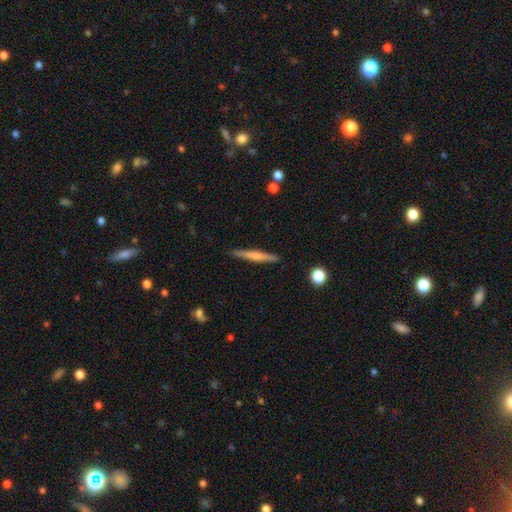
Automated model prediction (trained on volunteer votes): smooth-or-featured: smooth: 49% | featured or disk: 45% | star or artifact: 6%
  merging: none: 89% | minor disturbance: 8% | major disturbance: 2% | merger: 1%